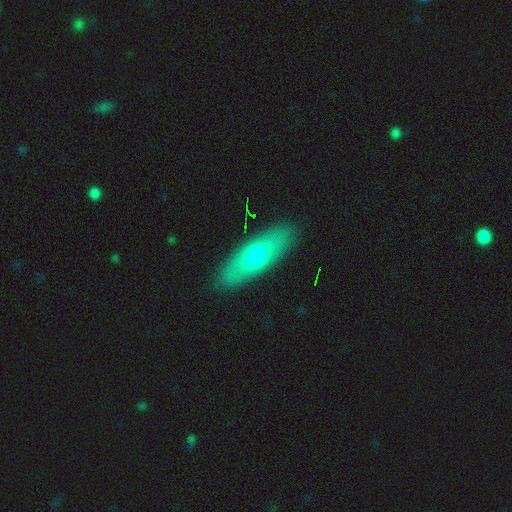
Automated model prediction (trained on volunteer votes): A smooth galaxy with no disk features (64%) that is in between round and cigar-shaped (53%). Merging: none (89%).